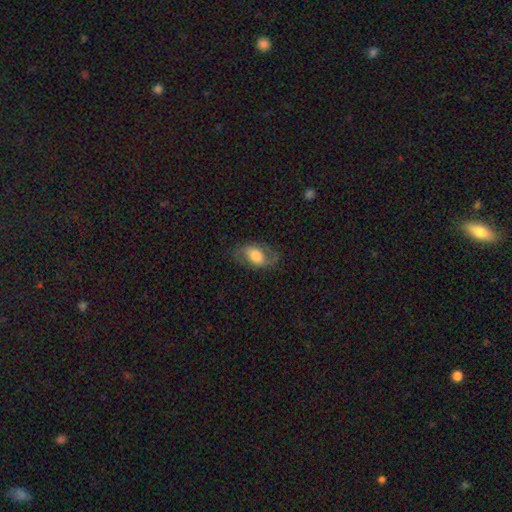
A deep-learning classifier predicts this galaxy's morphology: featured or disk 48%, smooth 45%, star or artifact 7%. Down the decision tree: merging — none (72%).